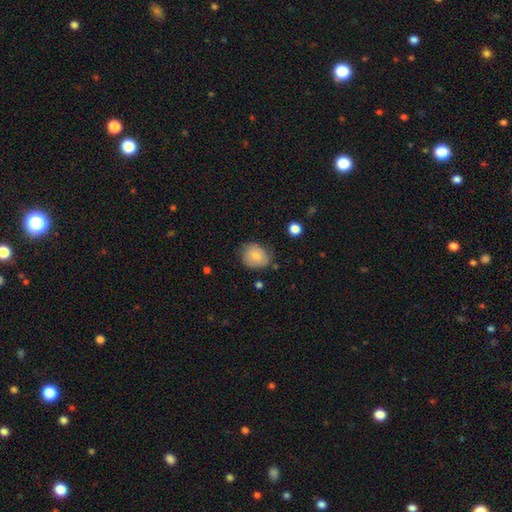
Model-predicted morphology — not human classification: A smooth galaxy with no disk features (78%) that is round (61%). Merging: none (69%).